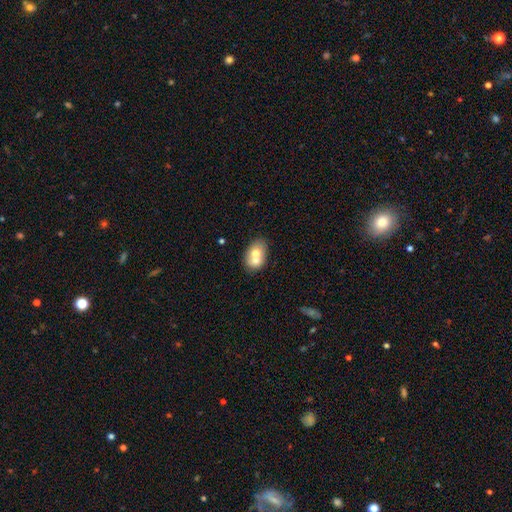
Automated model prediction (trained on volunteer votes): Q: Smooth or featured?
A: smooth (64%); runner-up: featured or disk (28%)
Q: How rounded?
A: in between (73%); runner-up: round (25%)
Q: Merging?
A: merger (53%); runner-up: none (34%)